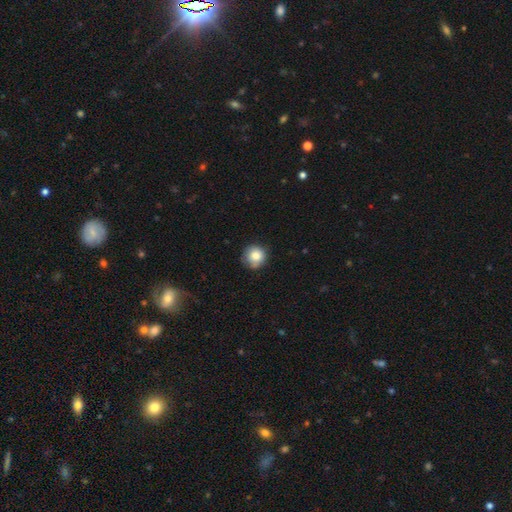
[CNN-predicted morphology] A smooth galaxy with no disk features (81%) that is round (91%).

Vote fractions:
- Smooth or featured? smooth: 81% / featured or disk: 10% / star or artifact: 9%
- How rounded? round: 91% / in between: 8% / cigar-shaped: 1%
- Merging? none: 72% / minor disturbance: 22% / major disturbance: 4% / merger: 2%